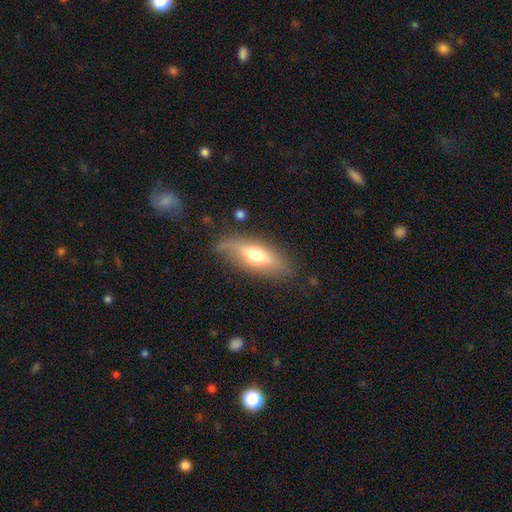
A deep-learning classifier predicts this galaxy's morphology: type=smooth (51%); roundness=in between (57%); merging=none (73%).